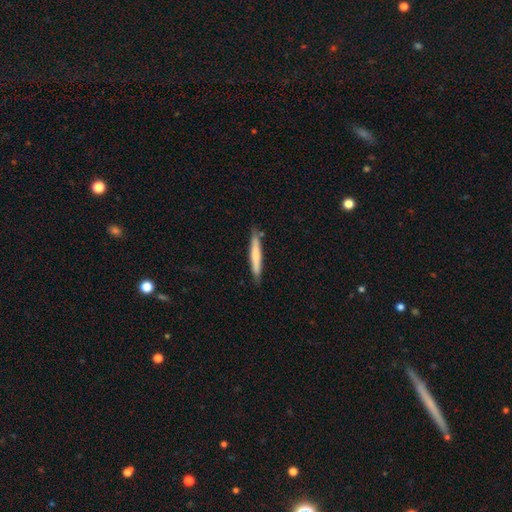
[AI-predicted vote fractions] This is likely a smooth galaxy (66%). How rounded: clearly cigar-shaped (94%). Merging: clearly none (83%).